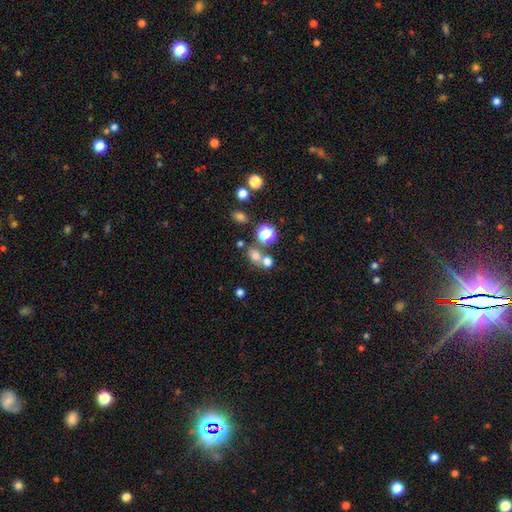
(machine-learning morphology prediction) A smooth galaxy with no disk features (68%) that is round (63%).

Vote fractions:
- Smooth or featured? smooth: 68% / star or artifact: 21% / featured or disk: 11%
- How rounded? round: 63% / in between: 35% / cigar-shaped: 2%
- Merging? none: 51% / merger: 35% / minor disturbance: 9% / major disturbance: 5%